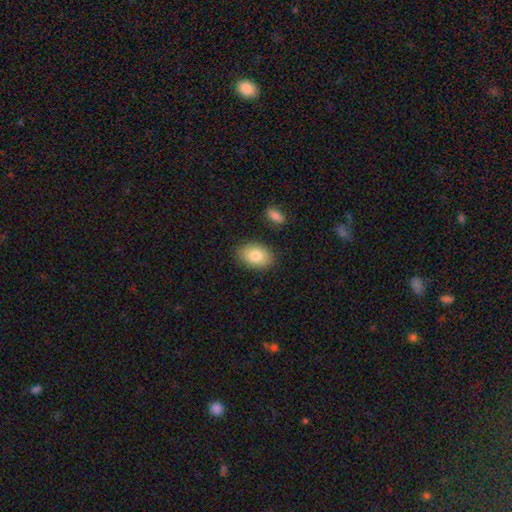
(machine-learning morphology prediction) A smooth galaxy with no disk features (81%) that is in between round and cigar-shaped (83%). Merging: none (86%).